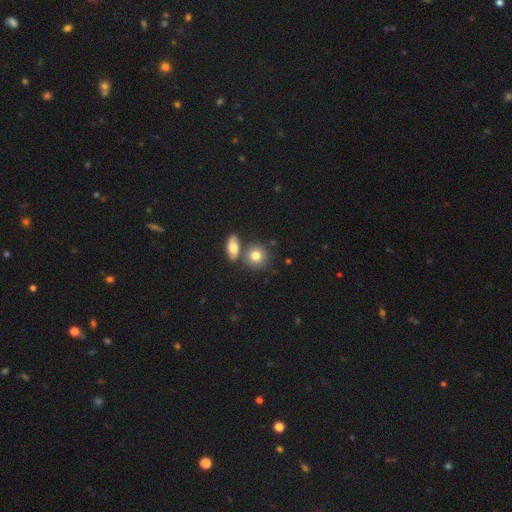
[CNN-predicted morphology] Q: Smooth or featured?
A: smooth (79%); runner-up: featured or disk (13%)
Q: How rounded?
A: round (78%); runner-up: in between (20%)
Q: Merging?
A: none (64%); runner-up: merger (23%)